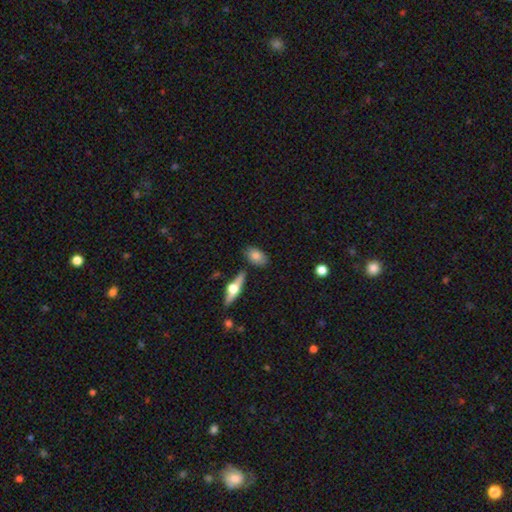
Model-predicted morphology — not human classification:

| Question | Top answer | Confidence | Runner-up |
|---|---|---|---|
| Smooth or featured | smooth | 74% | featured or disk (19%) |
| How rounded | in between | 85% | round (10%) |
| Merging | none | 77% | minor disturbance (14%) |